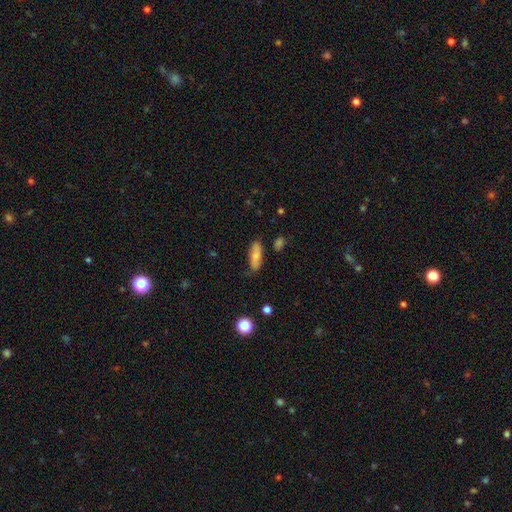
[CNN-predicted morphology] Smooth or featured?
  - smooth: 75% *
  - featured or disk: 19%
  - star or artifact: 7%
How rounded?
  - in between: 61% *
  - cigar-shaped: 36%
  - round: 3%
Merging?
  - none: 73% *
  - minor disturbance: 21%
  - major disturbance: 4%
  - merger: 2%